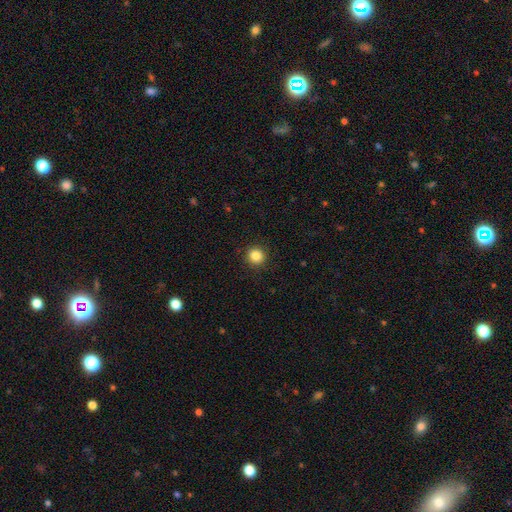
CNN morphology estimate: Overall: smooth (85%). How rounded: round (93%). Merging: none (92%).